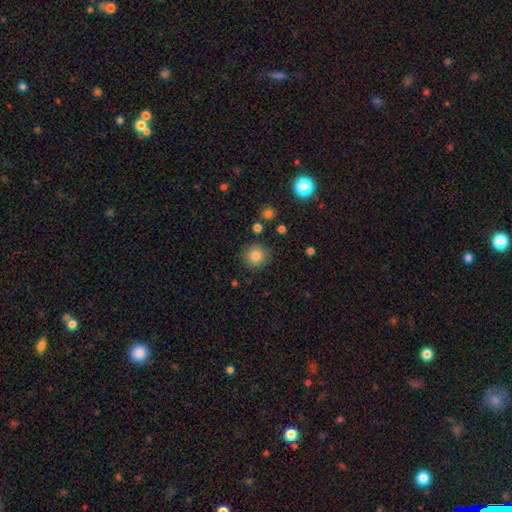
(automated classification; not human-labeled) smooth_or_featured: smooth (p=0.83) [alt: star or artifact p=0.10]
how_rounded: round (p=0.93) [alt: in between p=0.06]
merging: none (p=0.88) [alt: minor disturbance p=0.08]